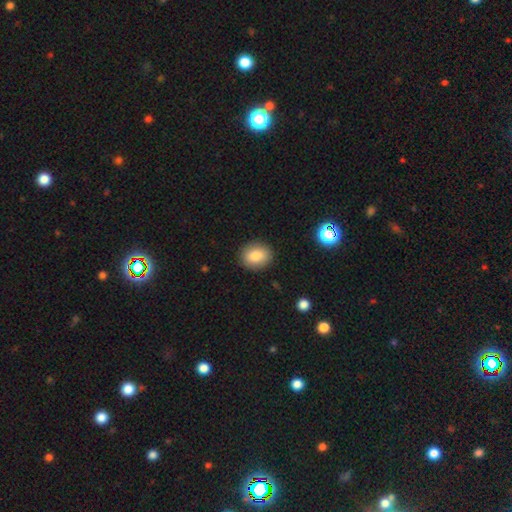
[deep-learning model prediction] Smooth or featured?
  - smooth: 85% *
  - star or artifact: 8%
  - featured or disk: 7%
How rounded?
  - round: 55% *
  - in between: 44%
  - cigar-shaped: 1%
Merging?
  - none: 89% *
  - minor disturbance: 8%
  - major disturbance: 2%
  - merger: 1%